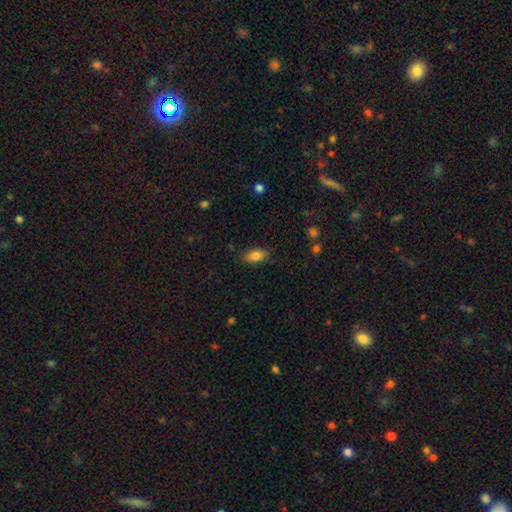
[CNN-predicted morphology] Smooth or featured?
  - smooth: 84% *
  - featured or disk: 8%
  - star or artifact: 8%
How rounded?
  - in between: 89% *
  - cigar-shaped: 7%
  - round: 4%
Merging?
  - none: 85% *
  - minor disturbance: 11%
  - major disturbance: 3%
  - merger: 1%